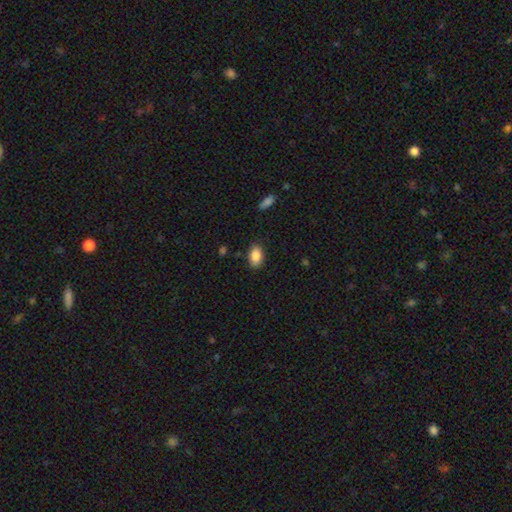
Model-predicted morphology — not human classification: Smooth or featured: smooth — 87% (star or artifact — 8%)
How rounded: in between — 90% (round — 8%)
Merging: none — 83% (minor disturbance — 13%)